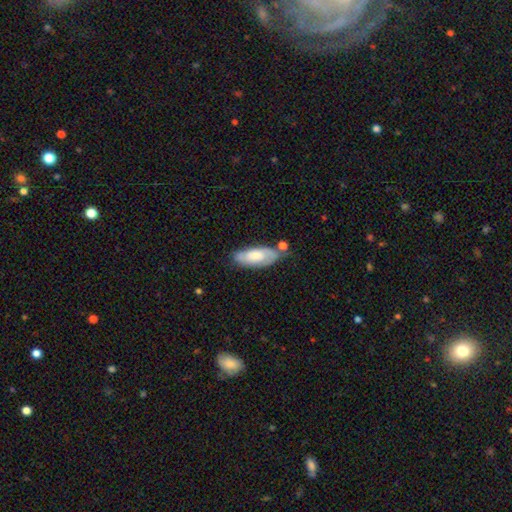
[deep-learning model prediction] A smooth galaxy with no disk features (55%) that is in between round and cigar-shaped (77%).

Vote fractions:
- Smooth or featured? smooth: 55% / featured or disk: 39% / star or artifact: 6%
- How rounded? in between: 77% / cigar-shaped: 21% / round: 2%
- Merging? none: 59% / minor disturbance: 22% / merger: 12% / major disturbance: 7%